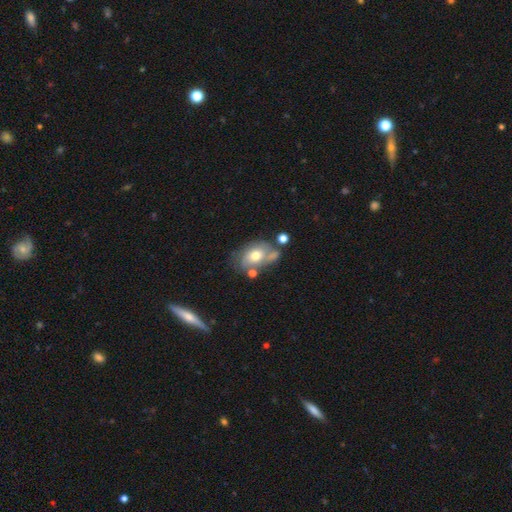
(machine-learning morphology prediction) Q: Smooth or featured?
A: smooth (53%); runner-up: featured or disk (39%)
Q: How rounded?
A: in between (76%); runner-up: round (22%)
Q: Merging?
A: none (41%); runner-up: minor disturbance (25%)